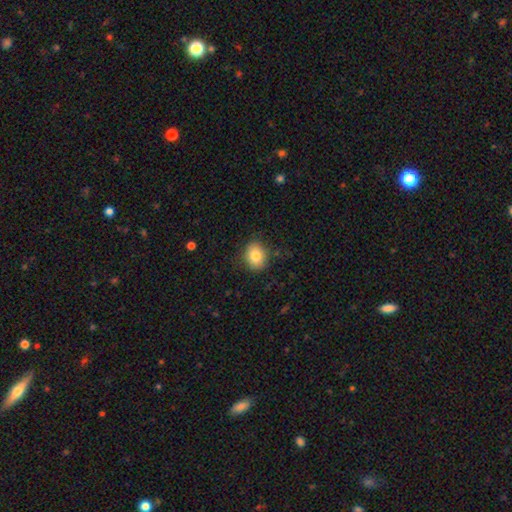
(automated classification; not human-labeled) smooth_or_featured: smooth (p=0.82) [alt: star or artifact p=0.09]
how_rounded: round (p=0.54) [alt: in between p=0.45]
merging: none (p=0.84) [alt: minor disturbance p=0.12]